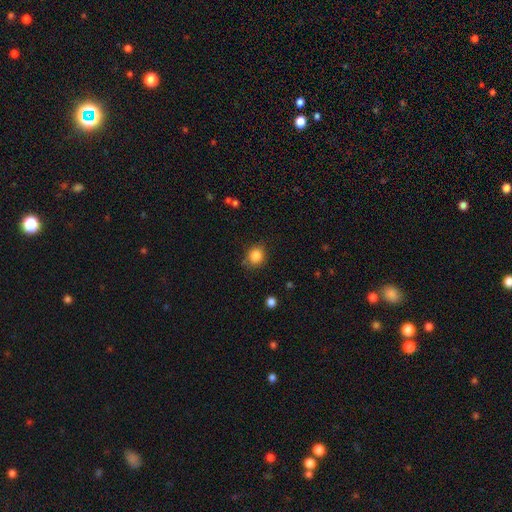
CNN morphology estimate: This appears to be a smooth galaxy with no disk features (85%) that is round (75%). Merging: none (81%).